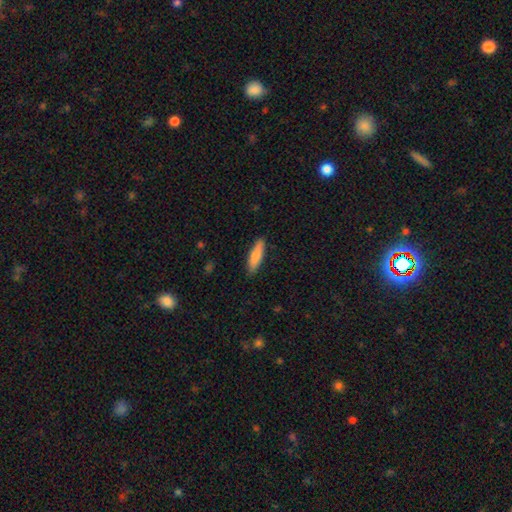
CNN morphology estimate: This is clearly a smooth galaxy (81%). How rounded: likely cigar-shaped (70%). Merging: clearly none (87%).